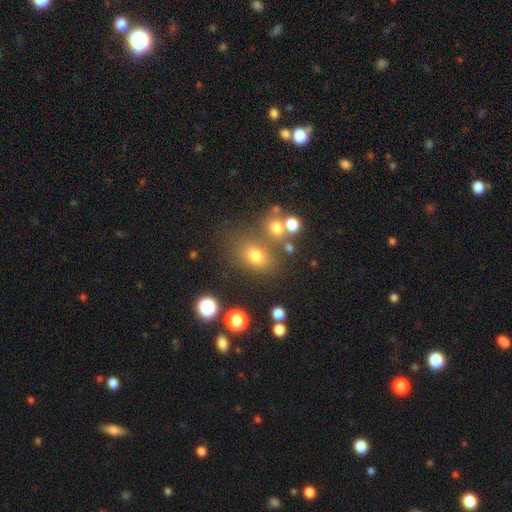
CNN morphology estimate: smooth-or-featured: smooth: 70% | star or artifact: 19% | featured or disk: 11%
  how-rounded: in between: 53% | round: 46% | cigar-shaped: 2%
  merging: none: 65% | merger: 16% | minor disturbance: 13% | major disturbance: 6%